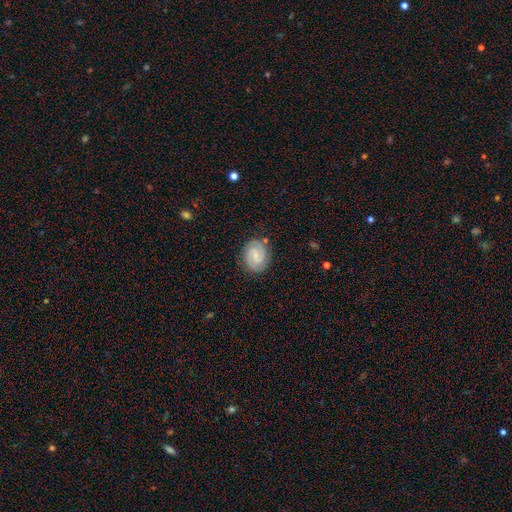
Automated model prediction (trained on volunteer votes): Morphology: type=featured or disk (74%); edge-on=no (98%); bar=weak (52%); spiral arms=yes (96%); winding=tight (52%); arm count=2 (82%); bulge=small (62%); merging=none (83%).